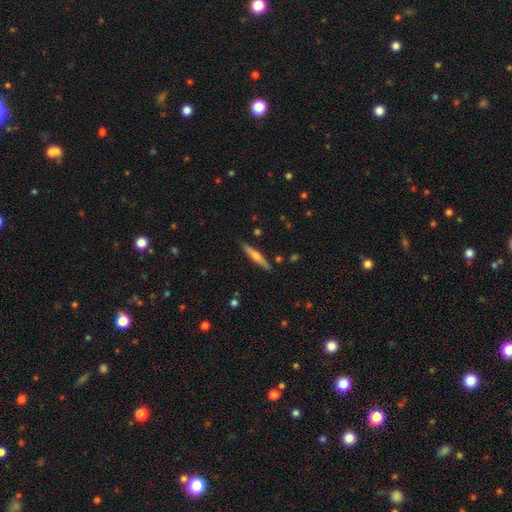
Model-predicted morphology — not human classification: This is possibly a smooth galaxy (49%). Merging: clearly none (88%).